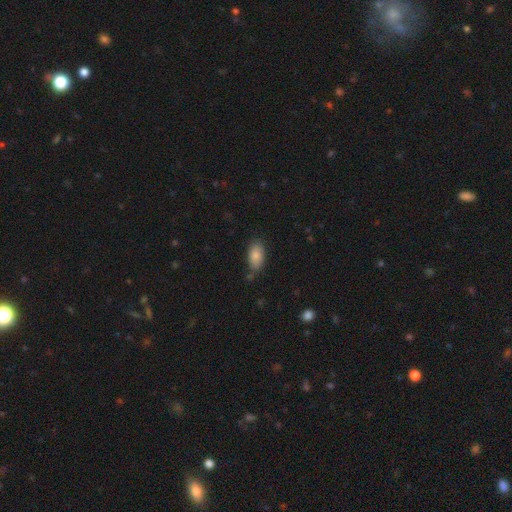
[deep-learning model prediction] A smooth galaxy with no disk features (85%) that is in between round and cigar-shaped (93%).

Vote fractions:
- Smooth or featured? smooth: 85% / featured or disk: 8% / star or artifact: 7%
- How rounded? in between: 93% / round: 4% / cigar-shaped: 3%
- Merging? none: 72% / minor disturbance: 20% / merger: 5% / major disturbance: 4%